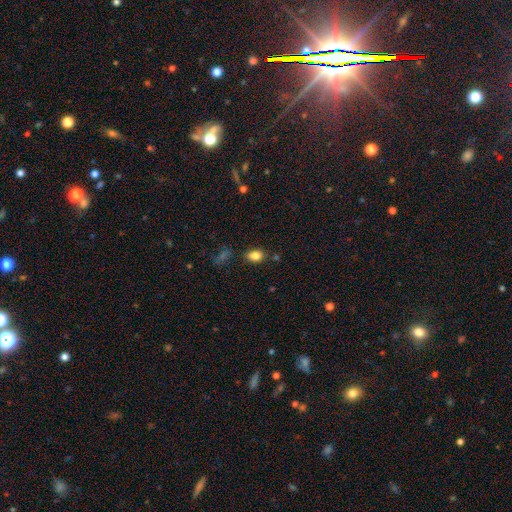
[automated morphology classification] This appears to be a smooth galaxy with no disk features (83%) that is in between round and cigar-shaped (78%). Merging: none (78%).